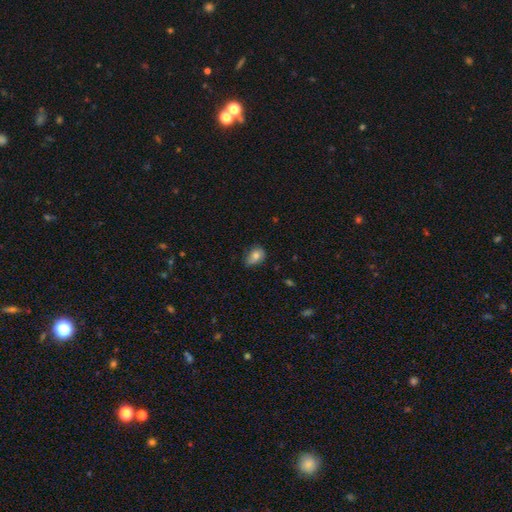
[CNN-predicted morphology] smooth_or_featured: smooth (p=0.78) [alt: featured or disk p=0.13]
how_rounded: in between (p=0.72) [alt: round p=0.26]
merging: none (p=0.52) [alt: minor disturbance p=0.38]